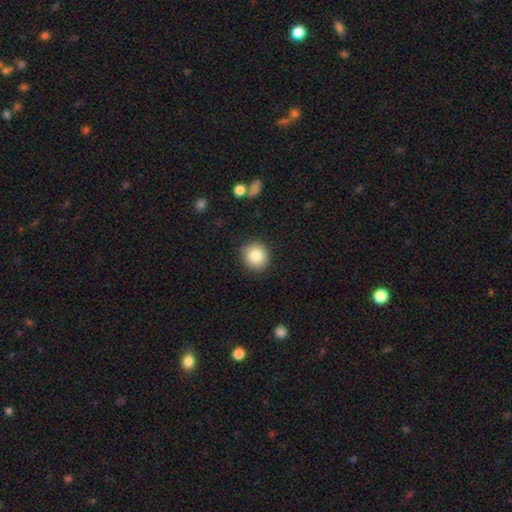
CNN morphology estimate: A smooth galaxy with no disk features (82%) that is round (89%).

Vote fractions:
- Smooth or featured? smooth: 82% / star or artifact: 9% / featured or disk: 9%
- How rounded? round: 89% / in between: 10% / cigar-shaped: 1%
- Merging? none: 89% / minor disturbance: 7% / major disturbance: 2% / merger: 1%